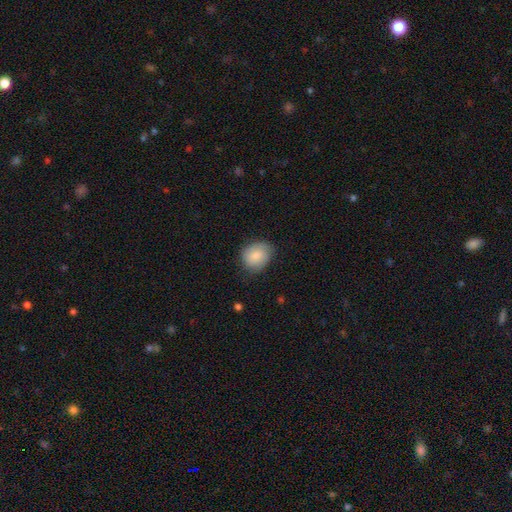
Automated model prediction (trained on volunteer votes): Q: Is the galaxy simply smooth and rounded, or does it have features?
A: smooth — 83%.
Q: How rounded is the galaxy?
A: round — 58%.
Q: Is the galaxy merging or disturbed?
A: none — 71%.